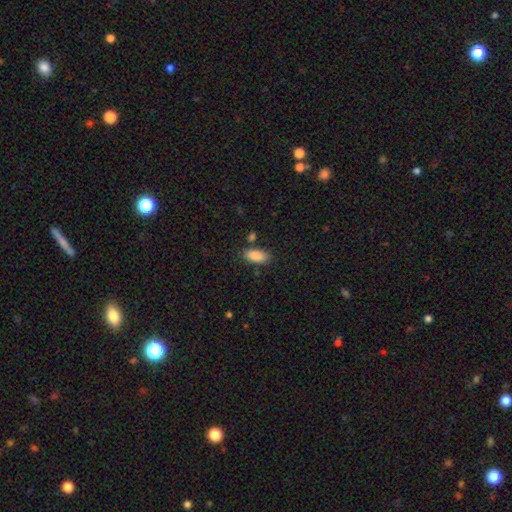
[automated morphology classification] The model was most divided on "merging": none: 79%, minor disturbance: 13%, merger: 5%, major disturbance: 3%. More confident: how rounded — in between (89%); smooth or featured — smooth (89%).